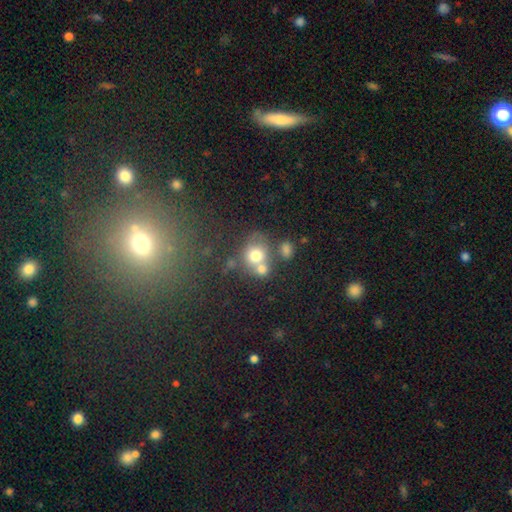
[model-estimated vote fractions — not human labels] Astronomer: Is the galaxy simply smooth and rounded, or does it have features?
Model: smooth — 69%.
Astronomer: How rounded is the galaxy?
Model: round — 72%.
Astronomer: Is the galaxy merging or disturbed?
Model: merger — 45% (runner-up: none, 37%).